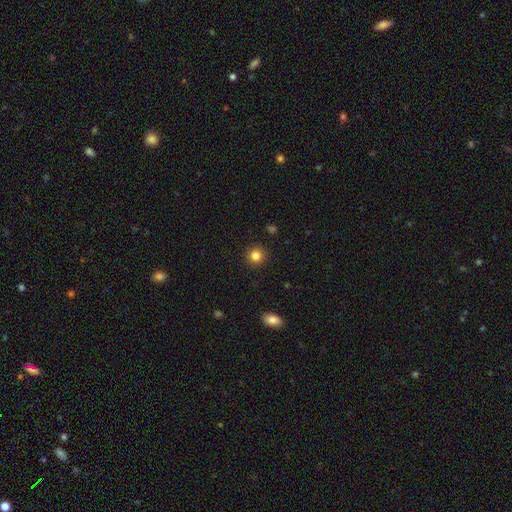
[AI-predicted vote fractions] Smooth or featured? smooth (83%)
How rounded? round (94%)
Merging? none (92%)